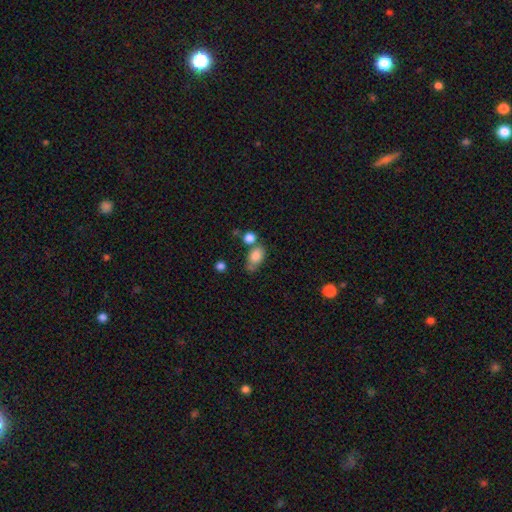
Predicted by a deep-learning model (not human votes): Smooth or featured?
  - smooth: 82% *
  - featured or disk: 9%
  - star or artifact: 9%
How rounded?
  - in between: 83% *
  - round: 15%
  - cigar-shaped: 2%
Merging?
  - none: 45% *
  - merger: 25%
  - minor disturbance: 21%
  - major disturbance: 9%